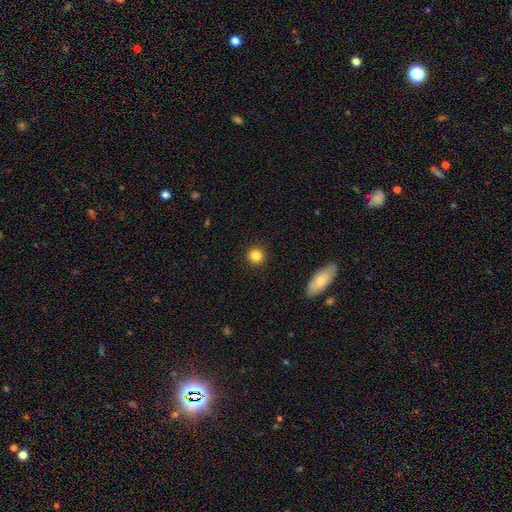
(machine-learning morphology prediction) smooth-or-featured: smooth: 84% | star or artifact: 10% | featured or disk: 5%
  how-rounded: round: 93% | in between: 6% | cigar-shaped: 1%
  merging: none: 92% | minor disturbance: 5% | major disturbance: 2% | merger: 1%